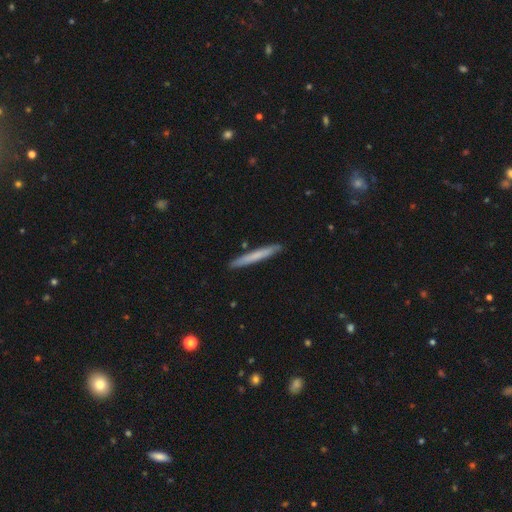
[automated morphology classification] This appears to be a smooth galaxy with no disk features (64%) that is cigar-shaped (97%). Merging: none (90%).